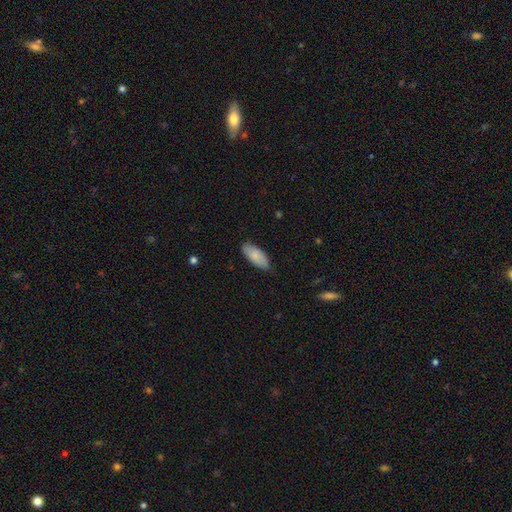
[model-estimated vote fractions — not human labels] Overall: smooth (84%). How rounded: in between (86%). Merging: none (81%).